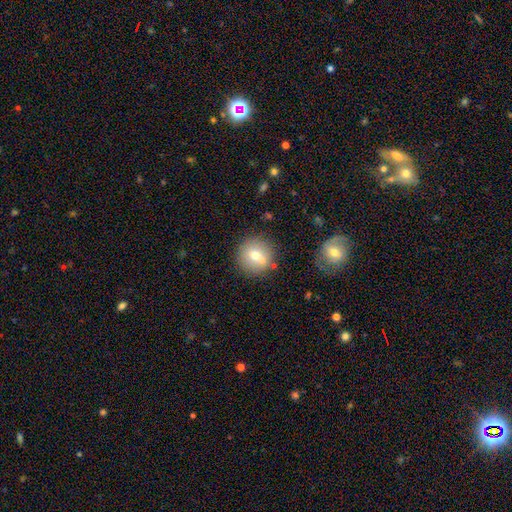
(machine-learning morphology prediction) smooth-or-featured: smooth: 68% | featured or disk: 22% | star or artifact: 10%
  how-rounded: round: 93% | in between: 6% | cigar-shaped: 1%
  merging: none: 78% | minor disturbance: 11% | merger: 9% | major disturbance: 3%